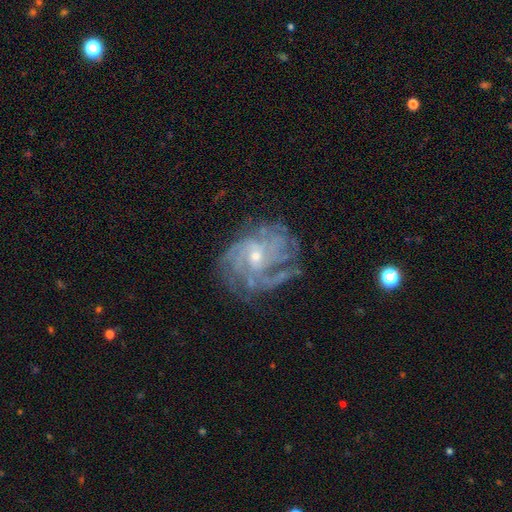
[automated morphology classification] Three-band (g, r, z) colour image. It shows a featured or disk galaxy (77%) with no bar (54%), tight (58%) spiral arms (93%) and a small central bulge (63%). Merging: none (72%).